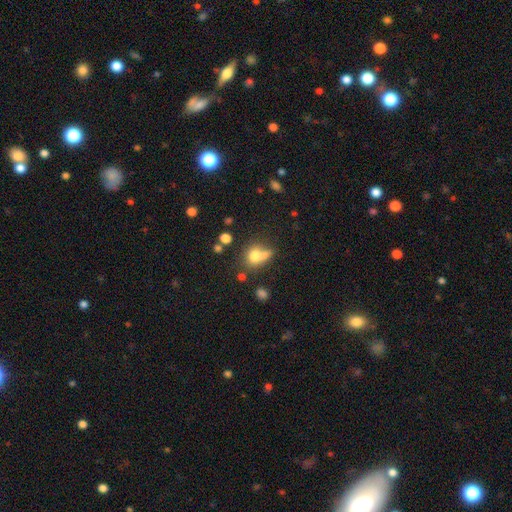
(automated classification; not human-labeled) smooth-or-featured: smooth: 73% | featured or disk: 14% | star or artifact: 13%
  how-rounded: round: 58% | in between: 39% | cigar-shaped: 3%
  merging: none: 38% | merger: 32% | minor disturbance: 17% | major disturbance: 12%